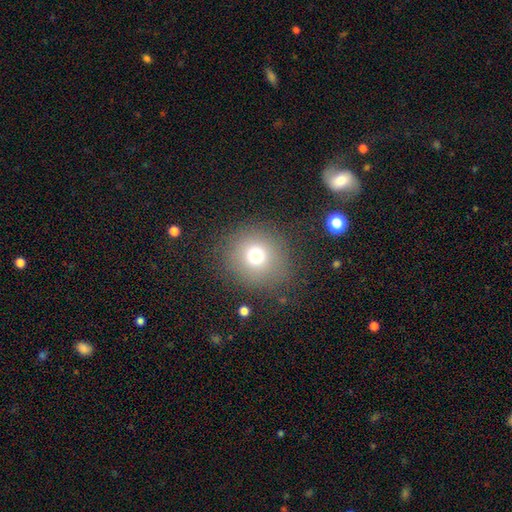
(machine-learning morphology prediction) Smooth or featured? smooth (72%)
How rounded? round (90%)
Merging? none (84%)